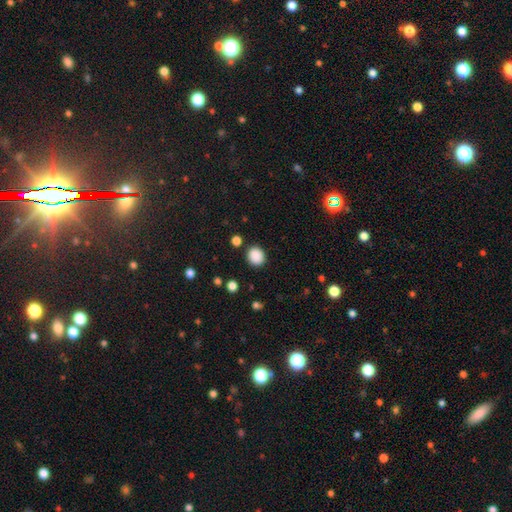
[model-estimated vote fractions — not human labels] A smooth galaxy with no disk features (87%) that is round (75%).

Vote fractions:
- Smooth or featured? smooth: 87% / star or artifact: 9% / featured or disk: 3%
- How rounded? round: 75% / in between: 24% / cigar-shaped: 1%
- Merging? none: 86% / minor disturbance: 9% / major disturbance: 3% / merger: 2%